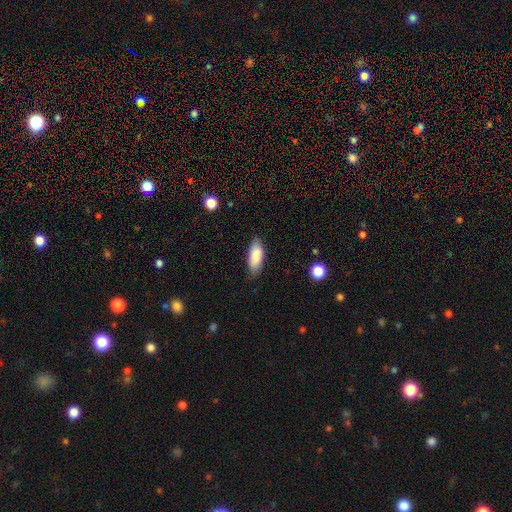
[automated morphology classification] This appears to be a smooth galaxy with no disk features (86%) that is in between round and cigar-shaped (79%). Merging: none (83%).